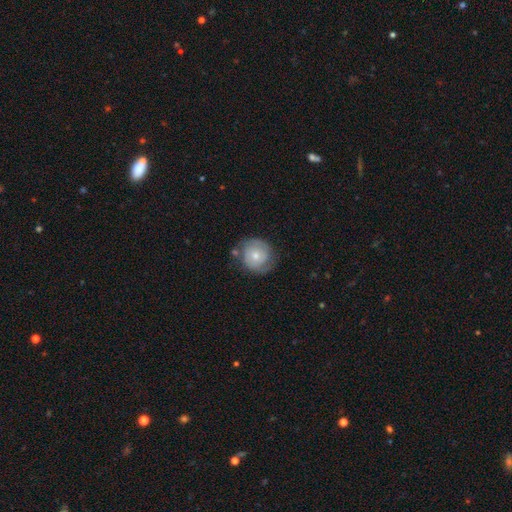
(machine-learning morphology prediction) Smooth or featured: featured or disk — 57% (smooth — 37%)
Edge-on disk: no — 97% (yes — 3%)
Bar: no — 78% (weak — 18%)
Spiral arms: yes — 79% (no — 21%)
Bulge size: moderate — 54% (small — 41%)
Merging: none — 68% (minor disturbance — 20%)